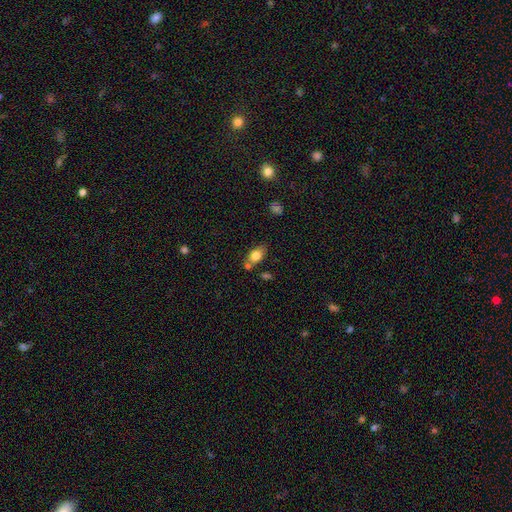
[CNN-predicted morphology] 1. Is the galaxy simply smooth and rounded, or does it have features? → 78% smooth, 13% featured or disk, 9% star or artifact.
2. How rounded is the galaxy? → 80% in between, 16% round, 5% cigar-shaped.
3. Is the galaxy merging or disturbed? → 58% none, 22% merger, 16% minor disturbance, 4% major disturbance.